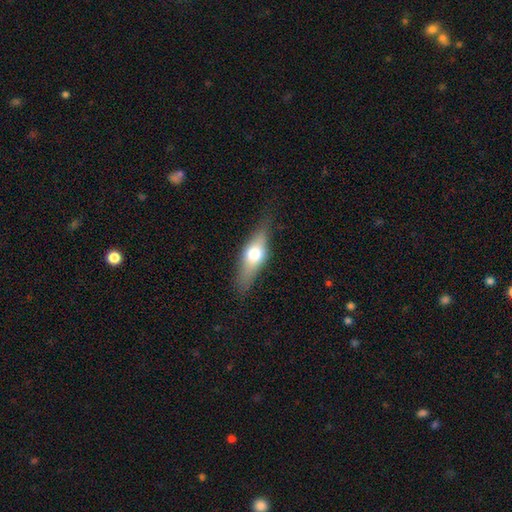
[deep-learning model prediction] The model was most divided on "smooth or featured": smooth: 48%, featured or disk: 45%, star or artifact: 7%. More confident: merging — none (81%).